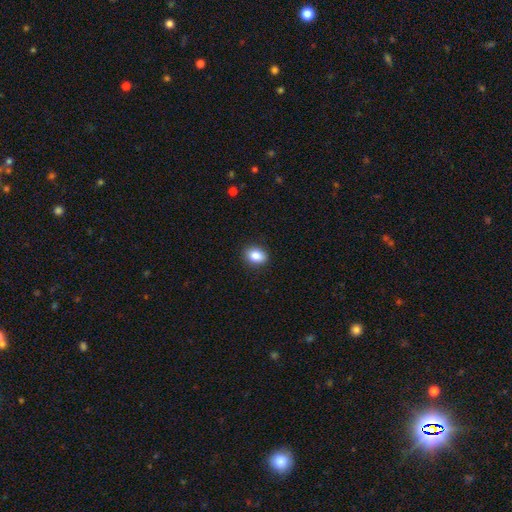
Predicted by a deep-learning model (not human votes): smooth_or_featured: smooth (p=0.86) [alt: star or artifact p=0.09]
how_rounded: in between (p=0.66) [alt: round p=0.32]
merging: none (p=0.88) [alt: minor disturbance p=0.09]